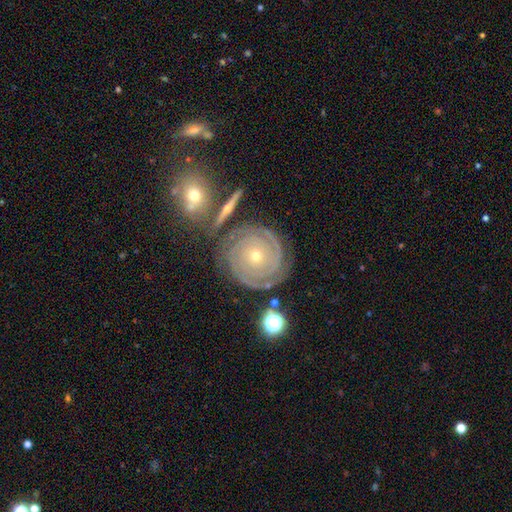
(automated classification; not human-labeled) This is clearly a featured or disk galaxy (89%). It is clearly not viewed edge-on (97%). Bar: clearly no (80%). Spiral arm pattern: clearly yes (98%). Spiral arm count: marginally 2 (39%). Spiral winding: clearly tight (89%). Central bulge: likely small (70%). Merging: clearly none (82%).